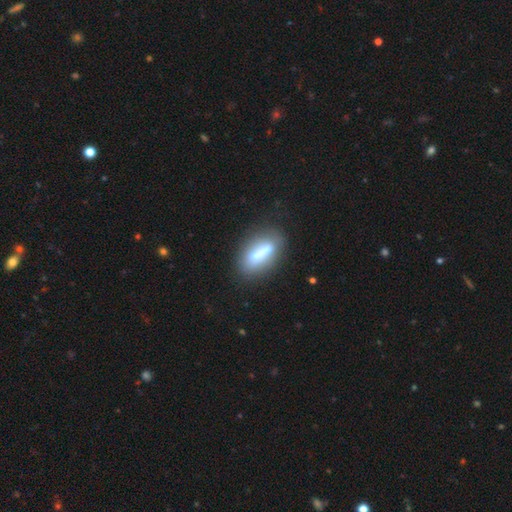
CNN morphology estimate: smooth_or_featured: smooth (p=0.56) [alt: featured or disk p=0.34]
how_rounded: in between (p=0.51) [alt: cigar-shaped p=0.43]
merging: none (p=0.64) [alt: minor disturbance p=0.16]